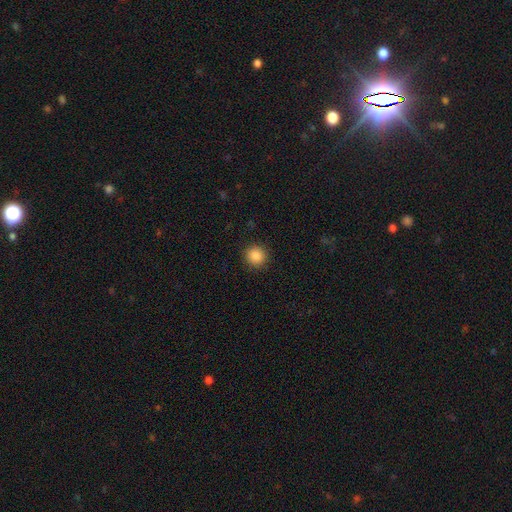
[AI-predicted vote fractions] This is clearly a smooth galaxy (87%). How rounded: clearly round (92%). Merging: clearly none (91%).